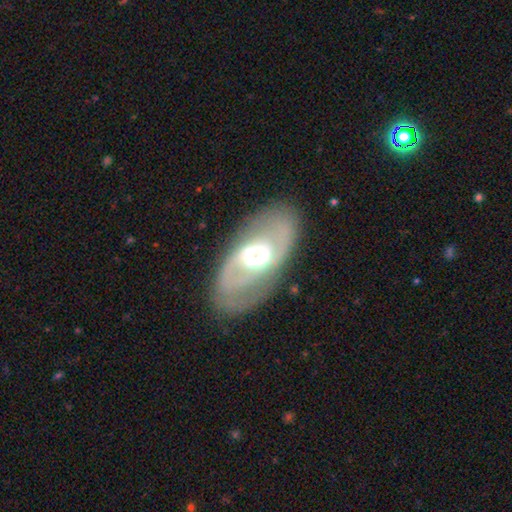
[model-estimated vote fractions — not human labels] Smooth or featured?
  - featured or disk: 74% *
  - smooth: 20%
  - star or artifact: 6%
Edge-on disk?
  - no: 92% *
  - yes: 8%
Bar?
  - no: 43% *
  - weak: 37%
  - strong: 20%
Spiral arms?
  - yes: 69% *
  - no: 31%
Bulge size?
  - moderate: 62% *
  - large: 18%
  - small: 17%
  - dominant: 2%
  - none: 1%
Merging?
  - none: 81% *
  - minor disturbance: 11%
  - major disturbance: 6%
  - merger: 1%